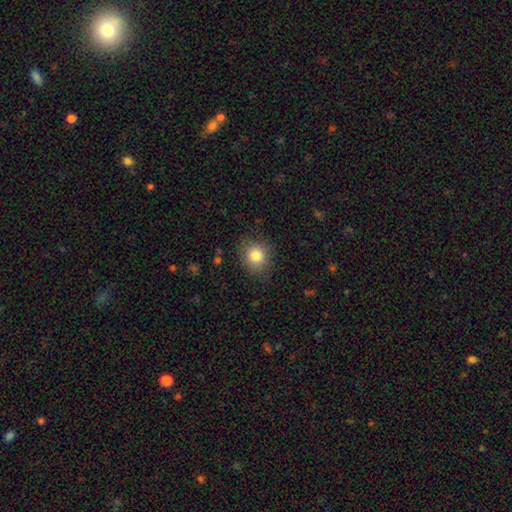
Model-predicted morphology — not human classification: smooth 83%, star or artifact 10%, featured or disk 7%. Down the decision tree: how rounded — round (78%); merging — none (83%).